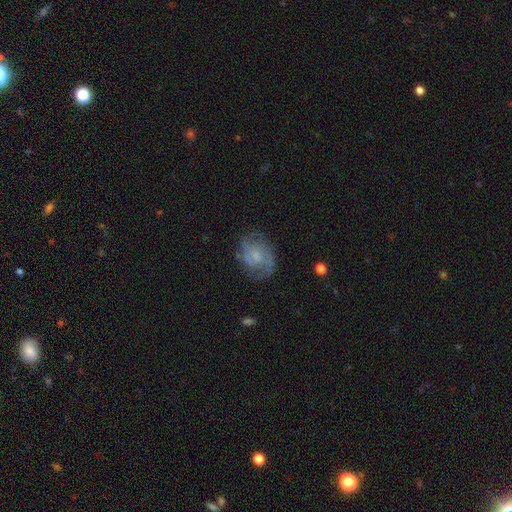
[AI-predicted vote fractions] Overall: featured or disk (63%; smooth 29%). Edge-on disk: no (97%). Bar: no (68%). Spiral arms: yes (85%). Spiral arm count: 2 (55%; can't tell 25%). Spiral winding: medium (46%; tight 32%). Bulge size: small (49%; moderate 24%). Merging: none (67%).